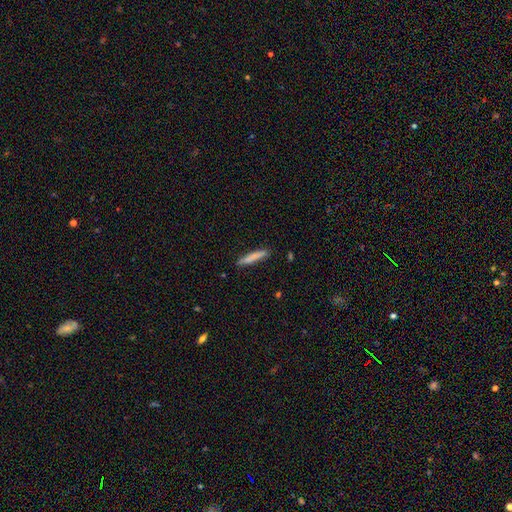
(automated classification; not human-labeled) smooth_or_featured: smooth (p=0.75) [alt: featured or disk p=0.18]
how_rounded: cigar-shaped (p=0.95) [alt: in between p=0.04]
merging: none (p=0.89) [alt: minor disturbance p=0.08]